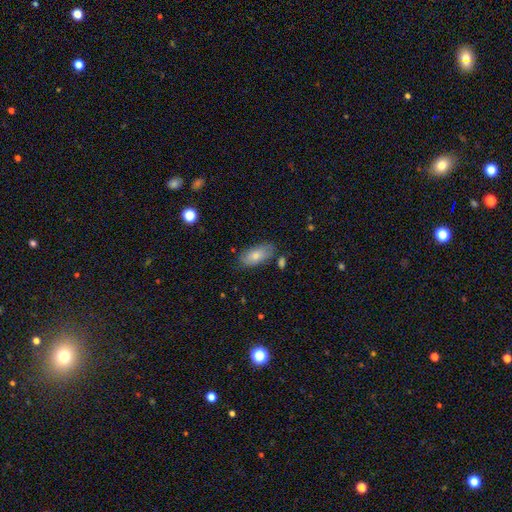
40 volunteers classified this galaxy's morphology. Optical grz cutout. It shows a smooth galaxy with no disk features (82%) that is in between round and cigar-shaped (94%). Merging: none (62%).